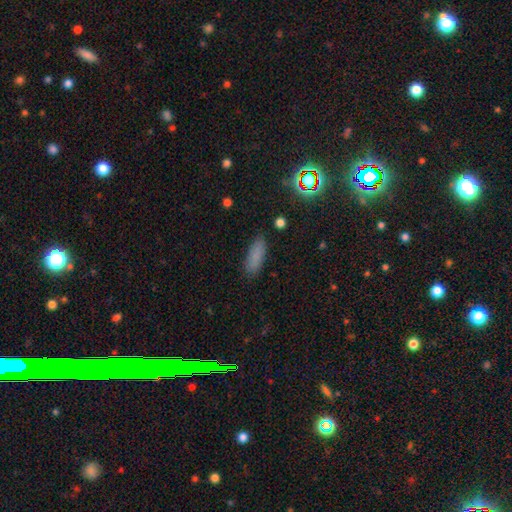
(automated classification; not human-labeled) This is clearly a smooth galaxy (80%). How rounded: possibly in between (60%). Merging: clearly none (84%).